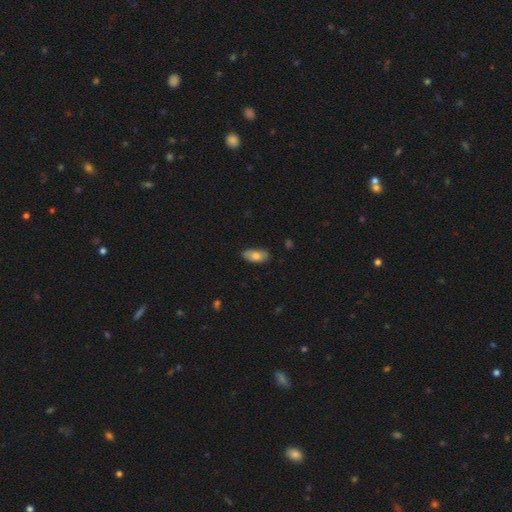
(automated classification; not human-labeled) Overall: smooth (76%). How rounded: in between (91%). Merging: none (81%).